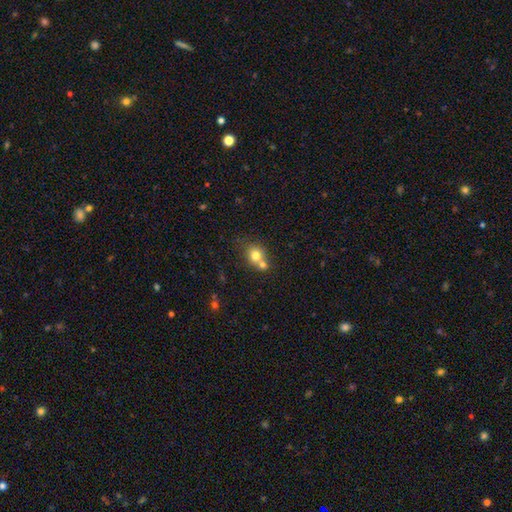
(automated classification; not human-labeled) A smooth galaxy with no disk features (75%) that is round (76%). Merging: merger (50%).